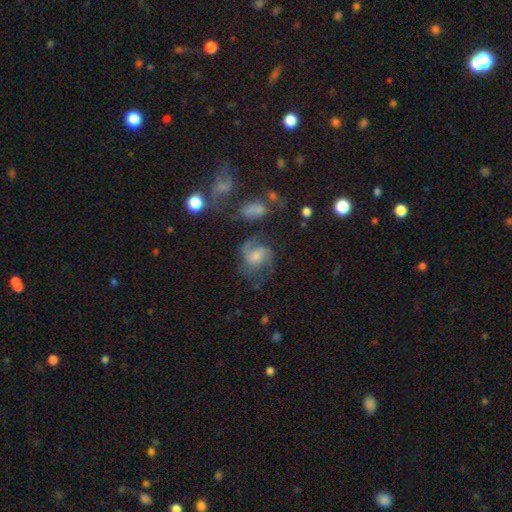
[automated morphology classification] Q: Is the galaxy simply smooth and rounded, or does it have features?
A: featured or disk — 66%.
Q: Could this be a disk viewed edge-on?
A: no — 98%.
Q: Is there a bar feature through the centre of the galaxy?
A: no — 54%.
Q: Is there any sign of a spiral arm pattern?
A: yes — 89%.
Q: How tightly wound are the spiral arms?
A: medium — 50%.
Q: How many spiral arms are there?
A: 2 — 55%.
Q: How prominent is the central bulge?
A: small — 40%.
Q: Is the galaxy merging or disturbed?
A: none — 46%.